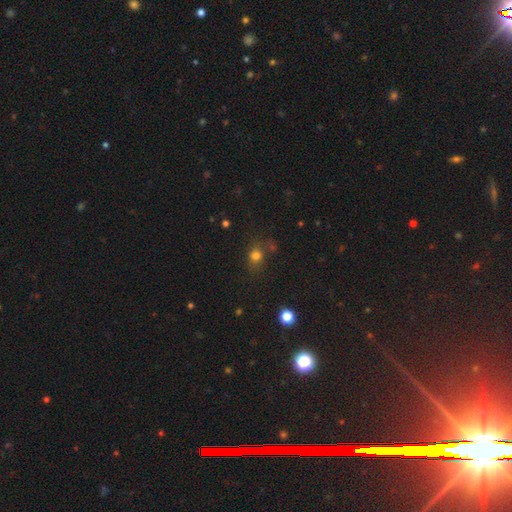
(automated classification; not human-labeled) Overall: smooth (74%). How rounded: round (68%; in between 30%). Merging: none (68%).